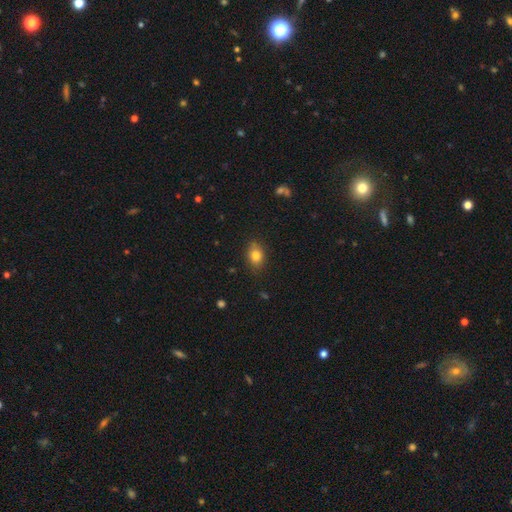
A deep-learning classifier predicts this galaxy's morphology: Smooth or featured? Predicted: smooth (p=0.81). How rounded? Predicted: in between (p=0.68). Merging? Predicted: none (p=0.81).